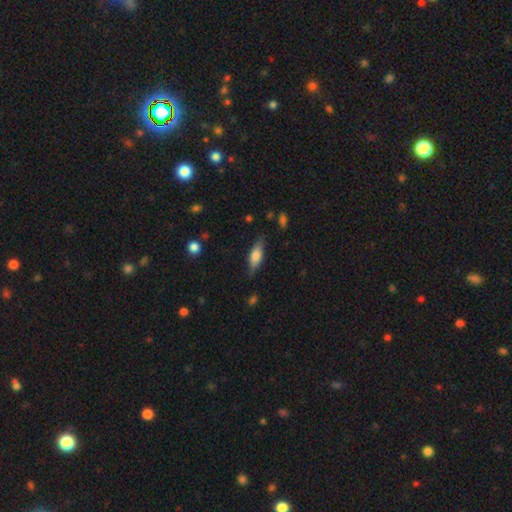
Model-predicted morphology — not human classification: A smooth galaxy with no disk features (64%) that is in between round and cigar-shaped (61%).

Vote fractions:
- Smooth or featured? smooth: 64% / featured or disk: 29% / star or artifact: 7%
- How rounded? in between: 61% / cigar-shaped: 36% / round: 3%
- Merging? none: 78% / minor disturbance: 17% / major disturbance: 4% / merger: 1%